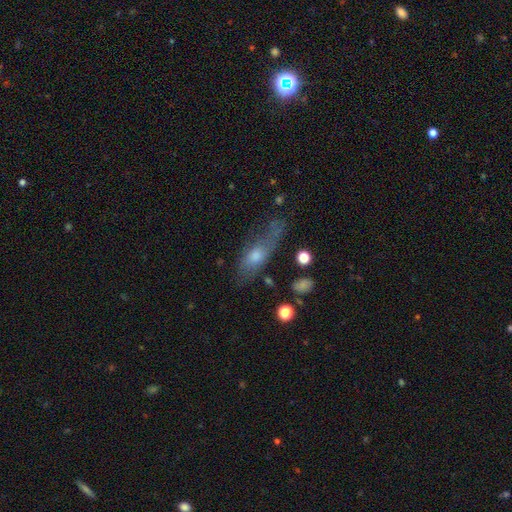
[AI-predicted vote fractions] Morphology: type=smooth (51%); roundness=in between (57%); merging=none (47%).